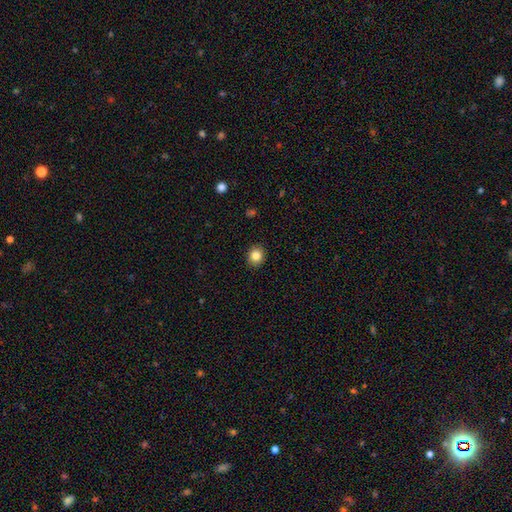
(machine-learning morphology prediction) Smooth or featured?
  - smooth: 84% *
  - star or artifact: 10%
  - featured or disk: 6%
How rounded?
  - round: 72% *
  - in between: 27%
  - cigar-shaped: 1%
Merging?
  - none: 91% *
  - minor disturbance: 7%
  - major disturbance: 2%
  - merger: 1%